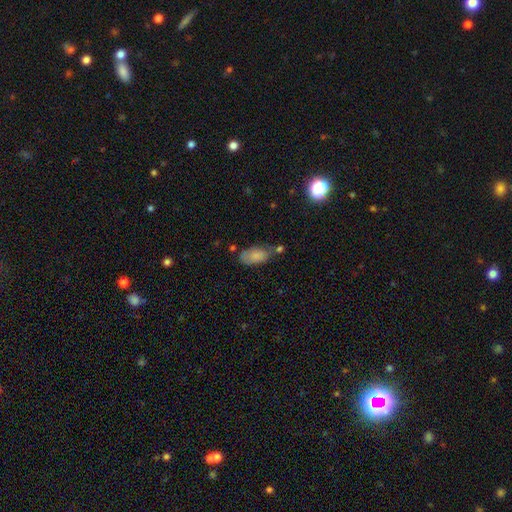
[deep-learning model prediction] This appears to be a smooth galaxy with no disk features (80%) that is in between round and cigar-shaped (92%). Merging: none (47%).